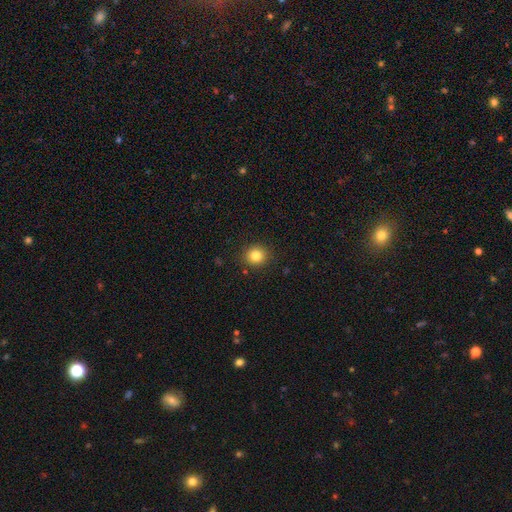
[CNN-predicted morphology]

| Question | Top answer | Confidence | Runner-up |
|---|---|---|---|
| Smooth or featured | smooth | 82% | star or artifact (12%) |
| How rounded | round | 88% | in between (11%) |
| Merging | none | 90% | minor disturbance (7%) |